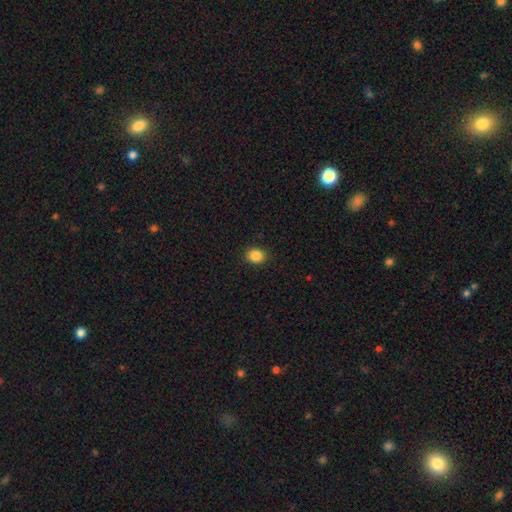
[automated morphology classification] type=smooth (87%); roundness=round (55%); merging=none (90%).